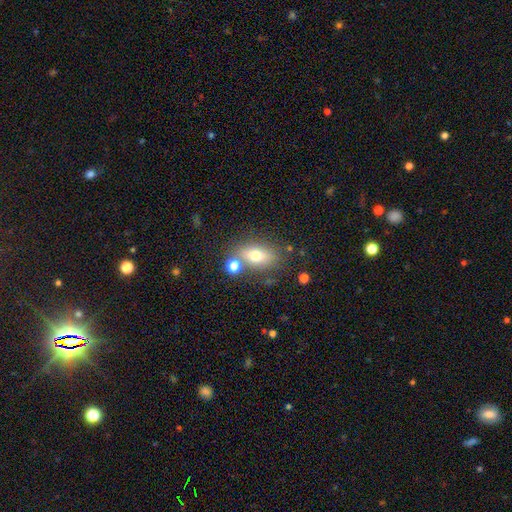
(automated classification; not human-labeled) smooth-or-featured: smooth: 70% | featured or disk: 20% | star or artifact: 10%
  how-rounded: in between: 78% | round: 15% | cigar-shaped: 7%
  merging: none: 62% | merger: 18% | minor disturbance: 14% | major disturbance: 6%